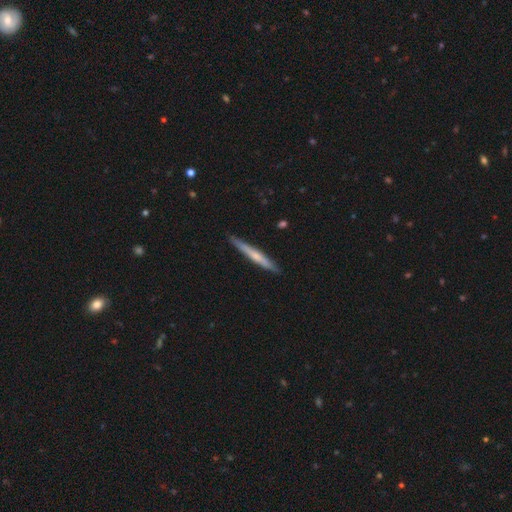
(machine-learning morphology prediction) A smooth galaxy with no disk features (51%) that is cigar-shaped (96%).

Vote fractions:
- Smooth or featured? smooth: 51% / featured or disk: 44% / star or artifact: 5%
- How rounded? cigar-shaped: 96% / in between: 3% / round: 1%
- Merging? none: 89% / minor disturbance: 8% / major disturbance: 1% / merger: 1%